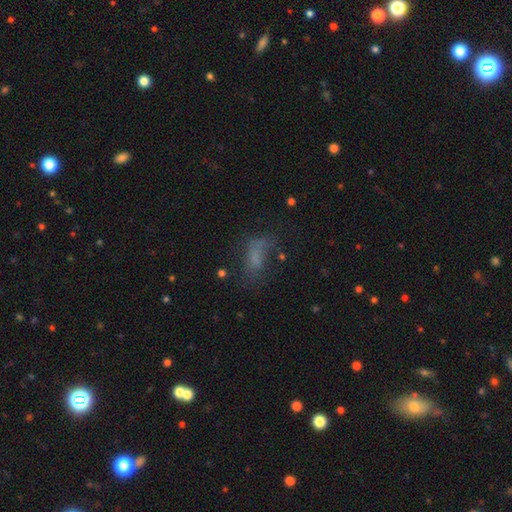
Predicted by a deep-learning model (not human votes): smooth-or-featured: smooth: 56% | featured or disk: 25% | star or artifact: 20%
  how-rounded: in between: 77% | cigar-shaped: 16% | round: 7%
  merging: none: 40% | major disturbance: 30% | minor disturbance: 24% | merger: 6%